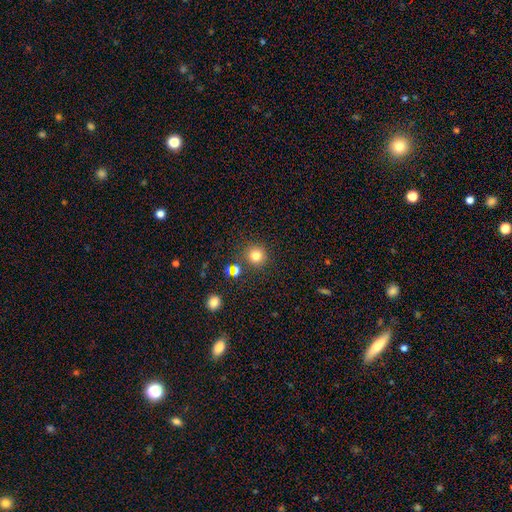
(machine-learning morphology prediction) smooth 78%, star or artifact 16%, featured or disk 6%. Down the decision tree: how rounded — round (94%); merging — none (86%).